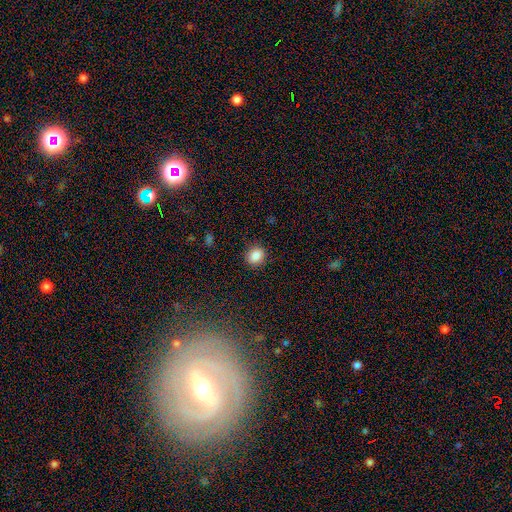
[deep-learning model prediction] This appears to be a smooth galaxy with no disk features (87%) that is round (61%). Merging: none (87%).